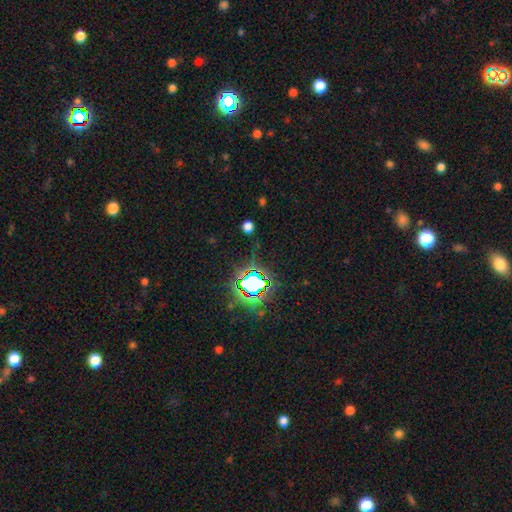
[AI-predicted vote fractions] Morphology: type=star or artifact (80%).